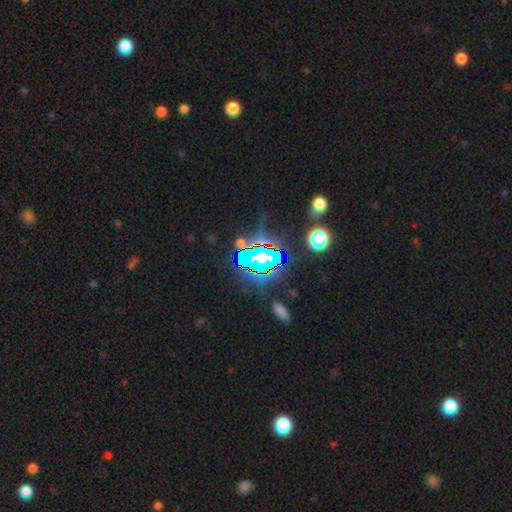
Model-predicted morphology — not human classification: This is clearly a star or artifact rather than a galaxy (83%).